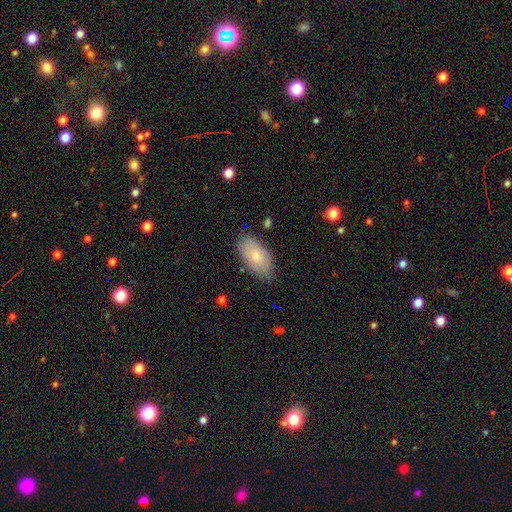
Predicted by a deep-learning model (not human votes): Smooth or featured?
  - smooth: 76% *
  - featured or disk: 18%
  - star or artifact: 6%
How rounded?
  - in between: 94% *
  - cigar-shaped: 3%
  - round: 3%
Merging?
  - none: 79% *
  - minor disturbance: 17%
  - major disturbance: 3%
  - merger: 1%